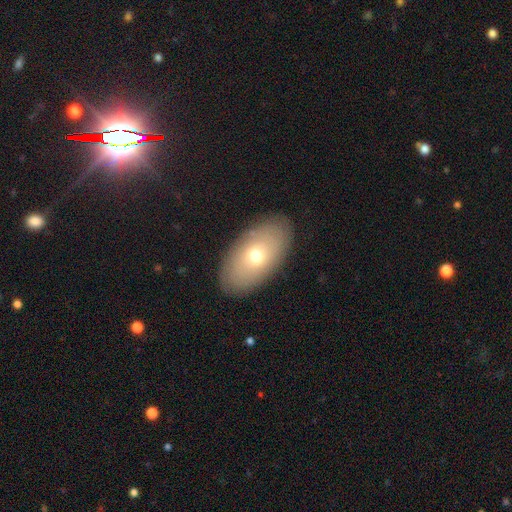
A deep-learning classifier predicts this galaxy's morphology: smooth-or-featured: smooth: 65% | featured or disk: 27% | star or artifact: 7%
  how-rounded: in between: 93% | round: 5% | cigar-shaped: 2%
  merging: none: 87% | minor disturbance: 9% | major disturbance: 3% | merger: 1%